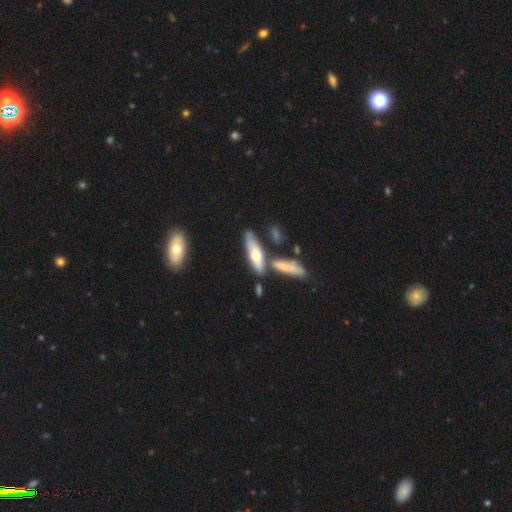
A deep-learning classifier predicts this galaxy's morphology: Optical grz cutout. It shows a smooth galaxy with no disk features (53%) that is cigar-shaped (51%). Merging: none (58%).